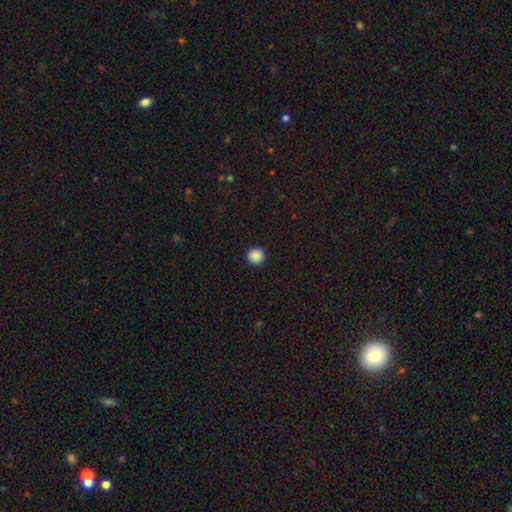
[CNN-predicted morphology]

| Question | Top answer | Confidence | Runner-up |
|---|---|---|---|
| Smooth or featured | smooth | 88% | star or artifact (9%) |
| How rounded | round | 96% | in between (3%) |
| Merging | none | 93% | minor disturbance (4%) |